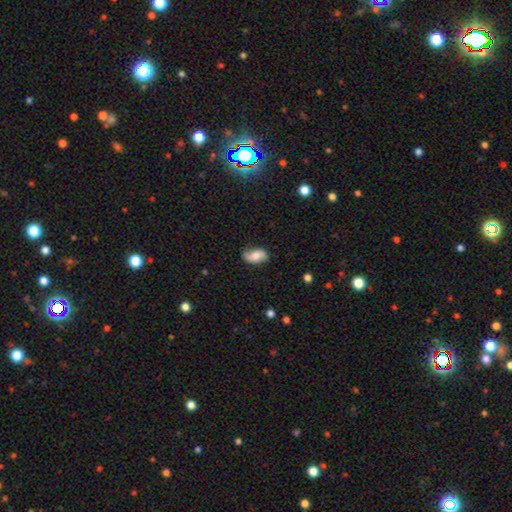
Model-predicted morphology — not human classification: smooth 51%, featured or disk 41%, star or artifact 8%. Down the decision tree: how rounded — in between (90%); merging — none (68%).